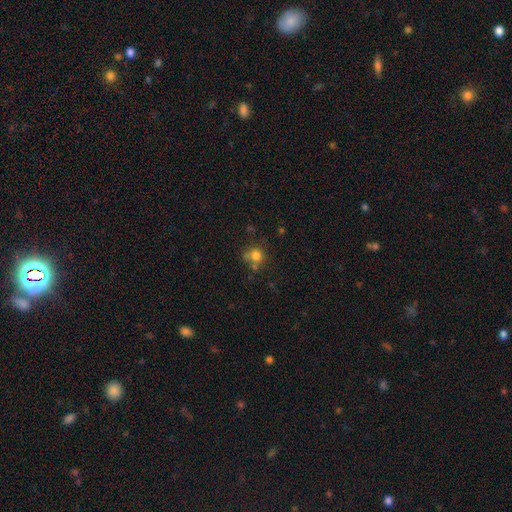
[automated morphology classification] A smooth galaxy with no disk features (76%) that is round (79%). Merging: none (53%).